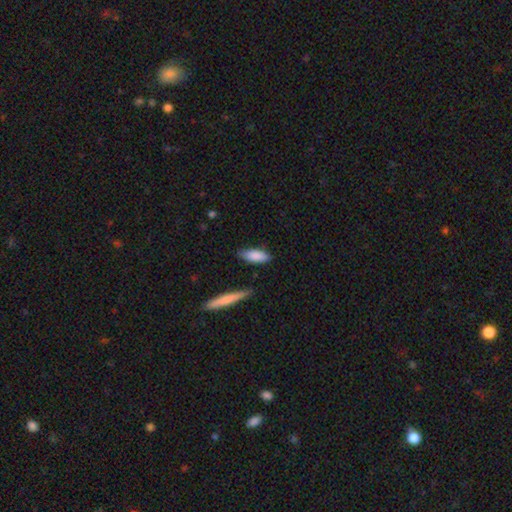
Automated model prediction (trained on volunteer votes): smooth_or_featured: smooth (p=0.85) [alt: featured or disk p=0.09]
how_rounded: in between (p=0.69) [alt: cigar-shaped p=0.29]
merging: none (p=0.78) [alt: minor disturbance p=0.16]